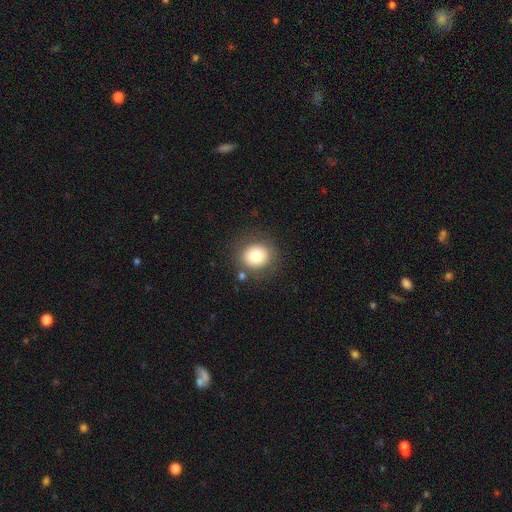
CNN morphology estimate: Smooth or featured: smooth — 79% (featured or disk — 11%)
How rounded: round — 83% (in between — 16%)
Merging: none — 82% (minor disturbance — 10%)